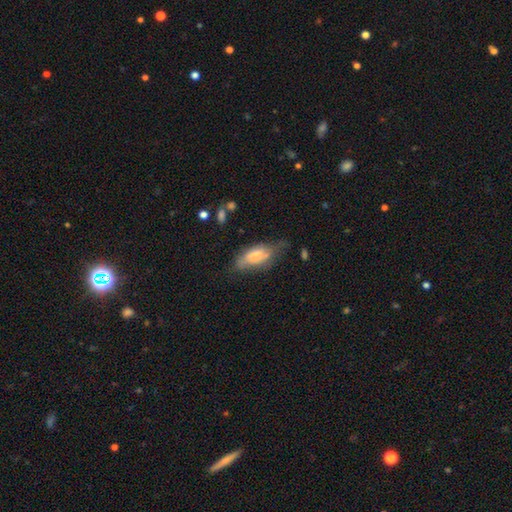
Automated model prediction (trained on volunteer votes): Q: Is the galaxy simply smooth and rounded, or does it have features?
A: smooth — 66%.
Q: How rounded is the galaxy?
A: in between — 80%.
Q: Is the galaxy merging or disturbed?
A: none — 42%.